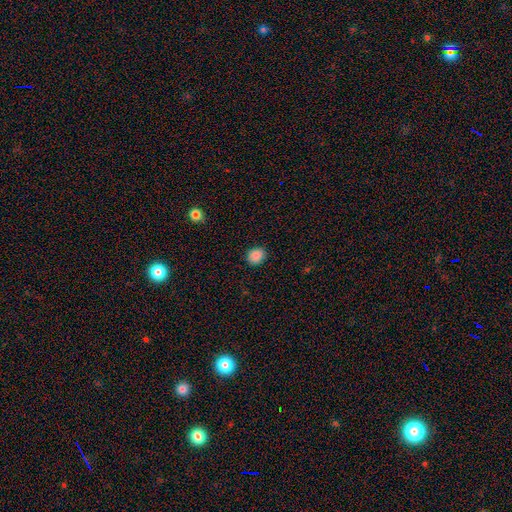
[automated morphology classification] This is clearly a smooth galaxy (87%). How rounded: likely round (65%). Merging: clearly none (87%).